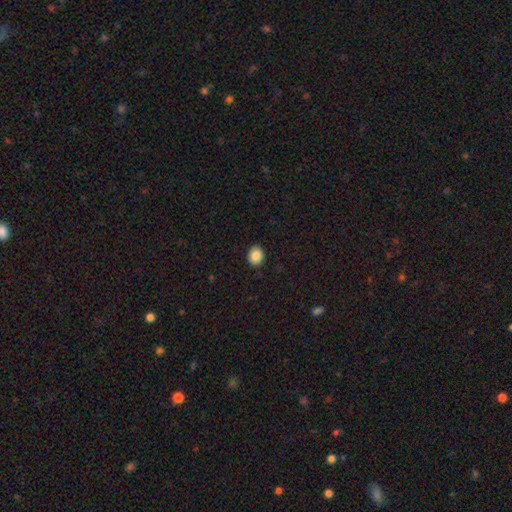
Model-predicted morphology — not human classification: A smooth galaxy with no disk features (88%) that is round (56%).

Vote fractions:
- Smooth or featured? smooth: 88% / star or artifact: 9% / featured or disk: 4%
- How rounded? round: 56% / in between: 43% / cigar-shaped: 1%
- Merging? none: 89% / minor disturbance: 9% / major disturbance: 2% / merger: 1%